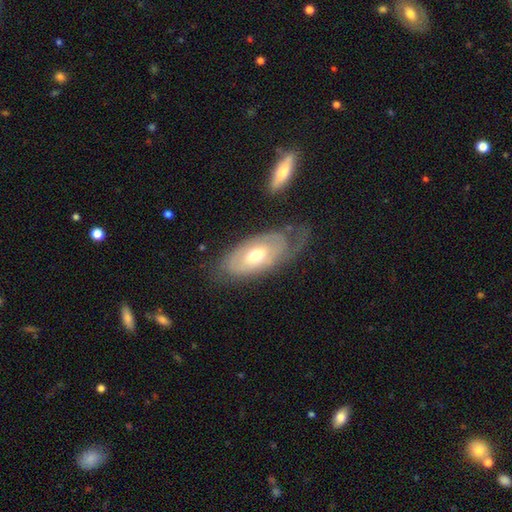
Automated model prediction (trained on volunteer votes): Overall: featured or disk (64%; smooth 30%). Edge-on disk: no (89%). Bar: no (69%). Spiral arms: yes (66%; no 34%). Bulge size: moderate (71%). Merging: none (52%; minor disturbance 25%).